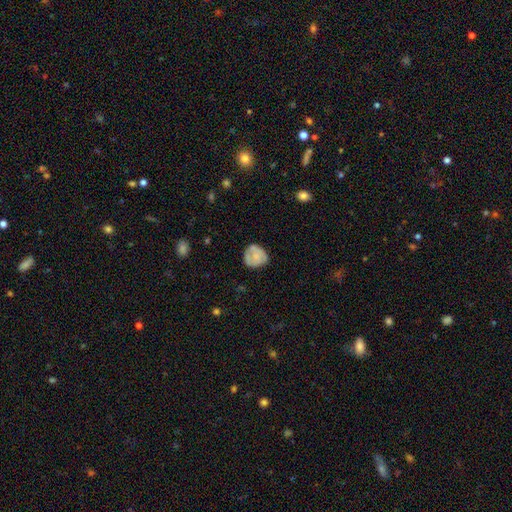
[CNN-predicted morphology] This appears to be a smooth galaxy with no disk features (64%) that is round (77%). Merging: none (63%).